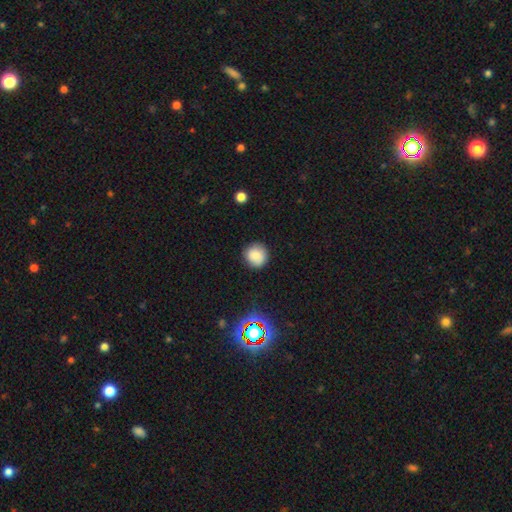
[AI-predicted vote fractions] Q: Smooth or featured?
A: smooth (83%); runner-up: star or artifact (11%)
Q: How rounded?
A: round (91%); runner-up: in between (8%)
Q: Merging?
A: none (84%); runner-up: minor disturbance (12%)